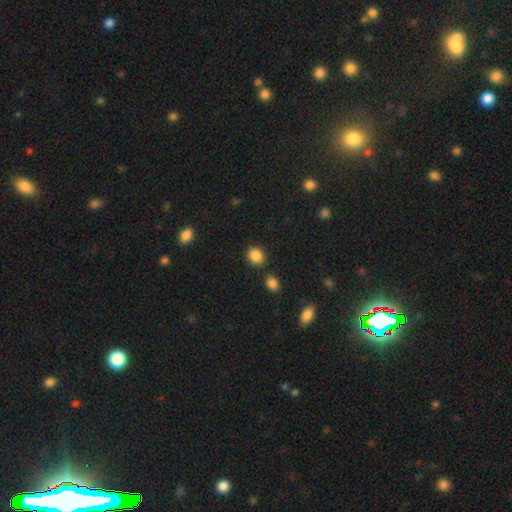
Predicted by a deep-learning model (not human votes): Overall: smooth (87%). How rounded: round (67%; in between 32%). Merging: none (80%).